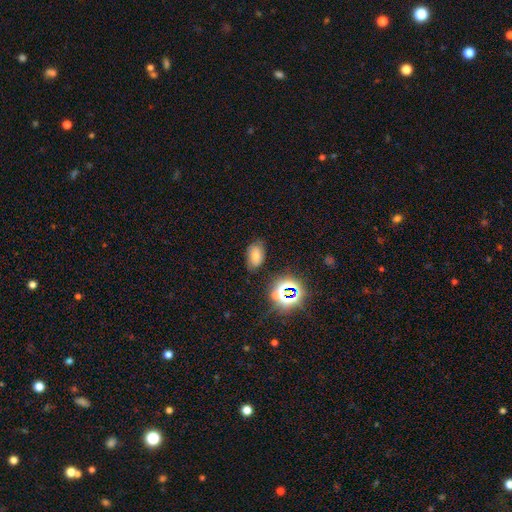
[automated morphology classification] Smooth or featured: smooth — 52% (star or artifact — 32%)
How rounded: in between — 85% (round — 13%)
Merging: none — 79% (minor disturbance — 14%)